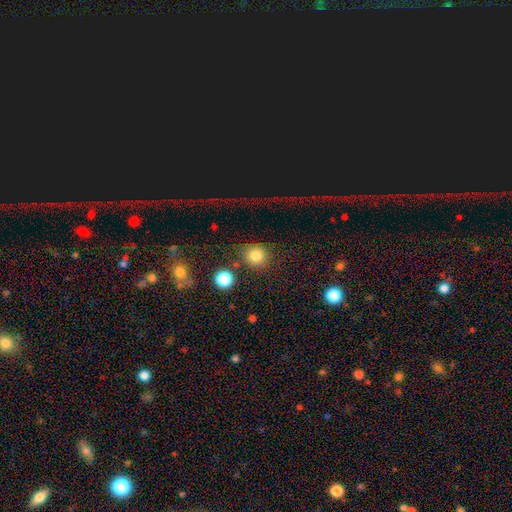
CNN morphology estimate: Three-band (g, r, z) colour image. It shows a smooth galaxy with no disk features (81%) that is round (89%). Merging: none (74%).